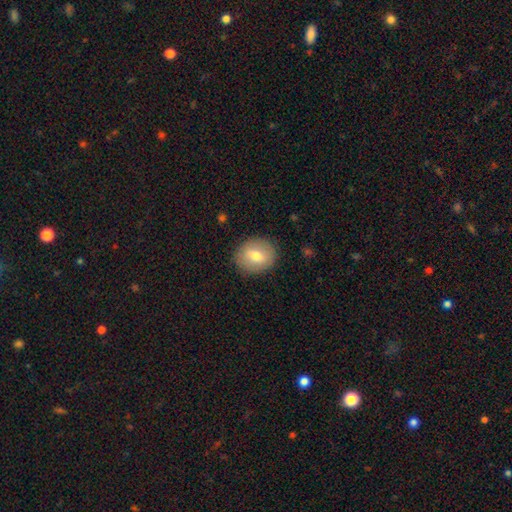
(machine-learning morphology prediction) This is likely a smooth galaxy (71%). How rounded: likely round (62%). Merging: clearly none (87%).